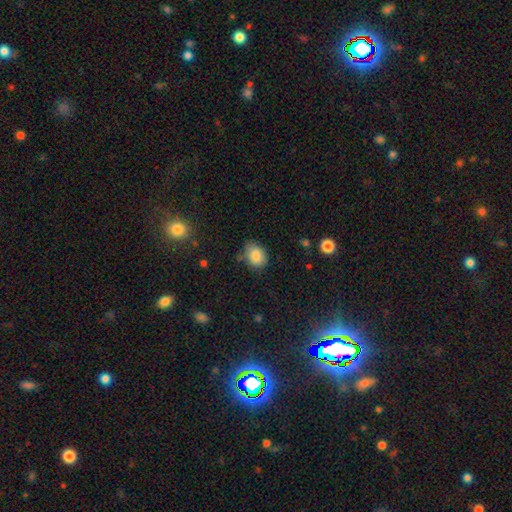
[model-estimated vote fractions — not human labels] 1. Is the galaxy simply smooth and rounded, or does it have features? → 85% smooth, 9% star or artifact, 6% featured or disk.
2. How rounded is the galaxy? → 58% in between, 41% round, 1% cigar-shaped.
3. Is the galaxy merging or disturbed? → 71% none, 22% minor disturbance, 5% major disturbance, 3% merger.